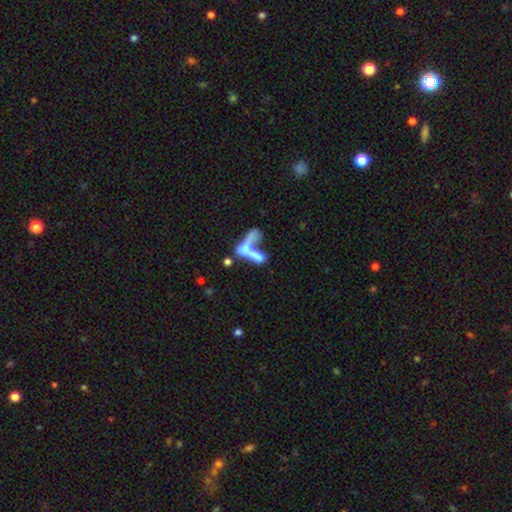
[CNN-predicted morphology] type=smooth (50%); roundness=cigar-shaped (49%); merging=merger (62%).